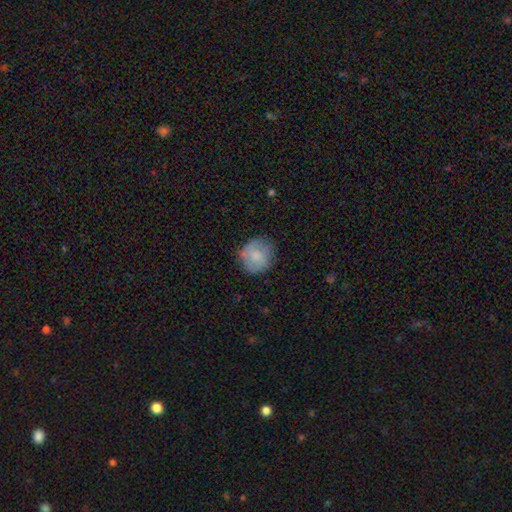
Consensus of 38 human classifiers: This is likely a smooth galaxy (68%). How rounded: clearly round (92%). Merging: likely none (69%).